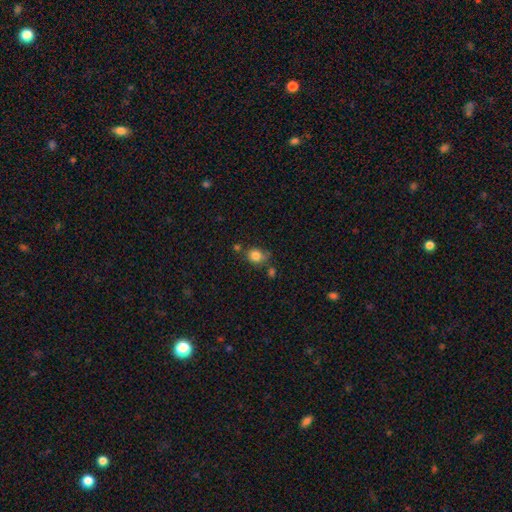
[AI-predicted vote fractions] Q: Smooth or featured?
A: smooth (83%); runner-up: star or artifact (11%)
Q: How rounded?
A: round (72%); runner-up: in between (27%)
Q: Merging?
A: none (61%); runner-up: minor disturbance (20%)